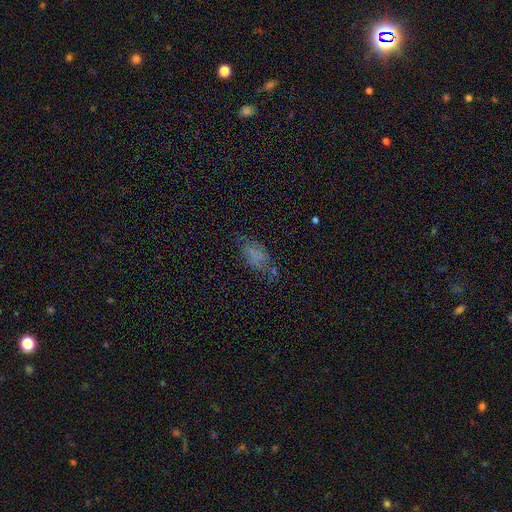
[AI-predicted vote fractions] Smooth or featured? smooth (60%)
How rounded? in between (85%)
Merging? none (47%)